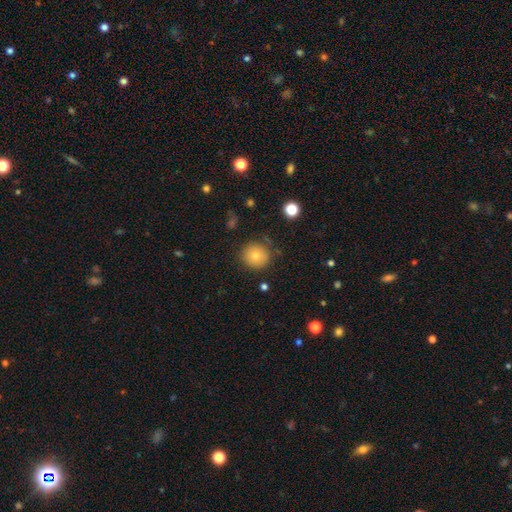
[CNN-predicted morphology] Overall: smooth (76%). How rounded: round (91%). Merging: none (83%).